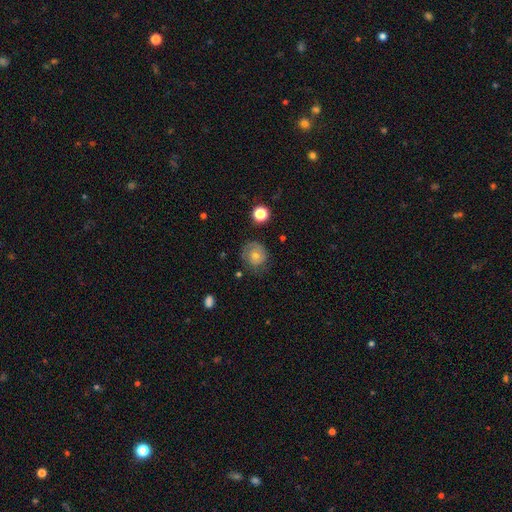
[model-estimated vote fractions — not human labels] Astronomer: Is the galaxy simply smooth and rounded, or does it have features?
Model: featured or disk — 50% (runner-up: smooth, 38%).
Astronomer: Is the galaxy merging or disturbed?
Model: none — 71%.